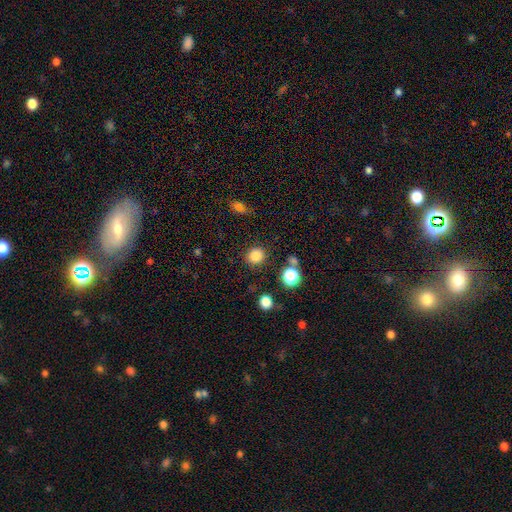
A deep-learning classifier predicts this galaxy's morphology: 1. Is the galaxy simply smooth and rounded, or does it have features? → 83% smooth, 12% star or artifact, 5% featured or disk.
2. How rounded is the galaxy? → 86% round, 13% in between, 1% cigar-shaped.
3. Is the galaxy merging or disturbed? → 87% none, 7% minor disturbance, 3% major disturbance, 3% merger.